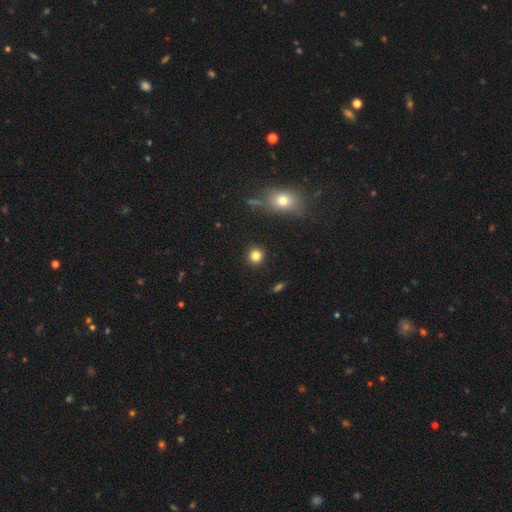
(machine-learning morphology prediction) smooth_or_featured: smooth (p=0.83) [alt: star or artifact p=0.12]
how_rounded: round (p=0.90) [alt: in between p=0.09]
merging: none (p=0.91) [alt: minor disturbance p=0.05]